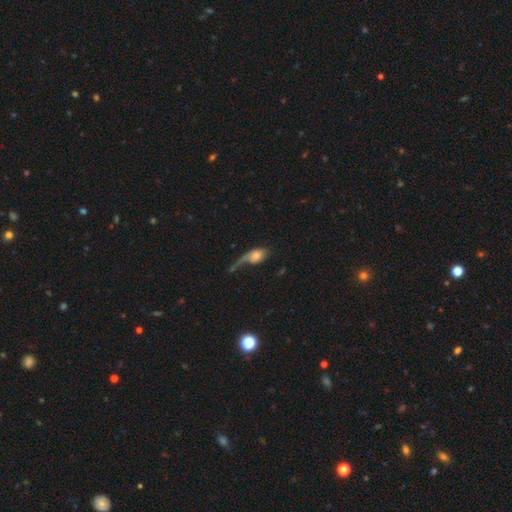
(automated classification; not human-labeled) smooth 53%, featured or disk 38%, star or artifact 9%. Down the decision tree: how rounded — in between (75%); merging — major disturbance (48%).